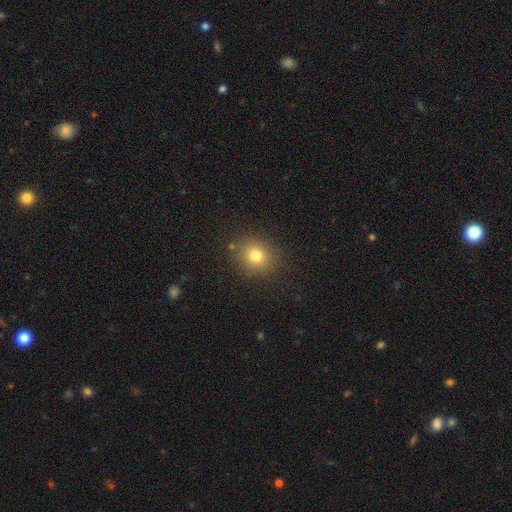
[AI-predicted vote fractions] smooth-or-featured: smooth: 78% | star or artifact: 14% | featured or disk: 8%
  how-rounded: round: 78% | in between: 22% | cigar-shaped: 1%
  merging: none: 86% | minor disturbance: 9% | major disturbance: 3% | merger: 2%